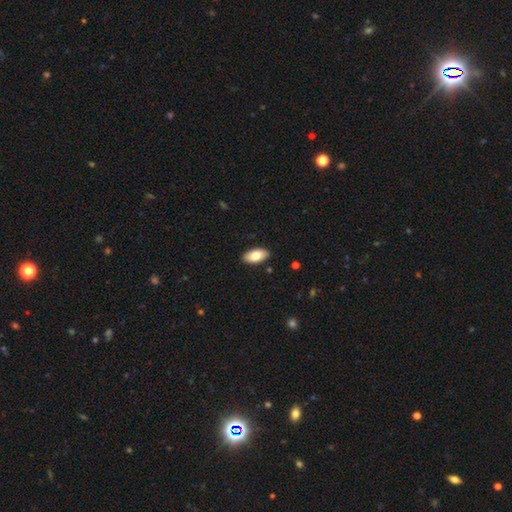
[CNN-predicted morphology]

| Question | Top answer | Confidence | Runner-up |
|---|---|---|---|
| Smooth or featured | smooth | 80% | featured or disk (14%) |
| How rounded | in between | 94% | cigar-shaped (4%) |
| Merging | none | 89% | minor disturbance (8%) |